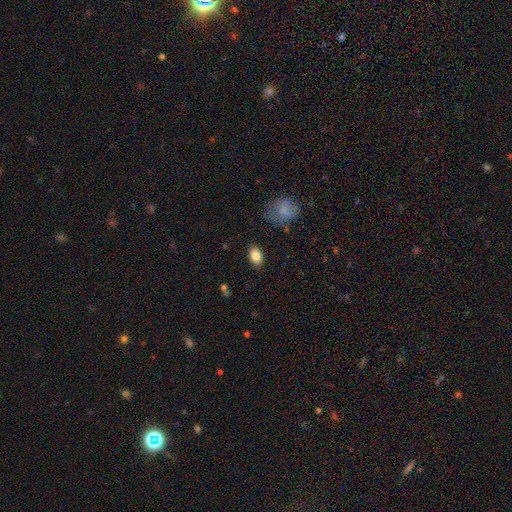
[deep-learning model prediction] Smooth or featured: smooth — 84% (star or artifact — 8%)
How rounded: in between — 88% (round — 11%)
Merging: none — 85% (minor disturbance — 11%)